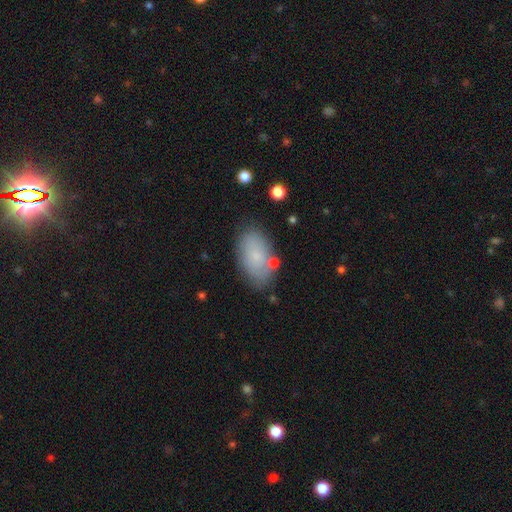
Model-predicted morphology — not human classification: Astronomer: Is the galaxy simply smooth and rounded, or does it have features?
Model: smooth — 73%.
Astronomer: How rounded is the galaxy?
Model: in between — 93%.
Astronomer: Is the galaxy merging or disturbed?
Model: none — 73%.